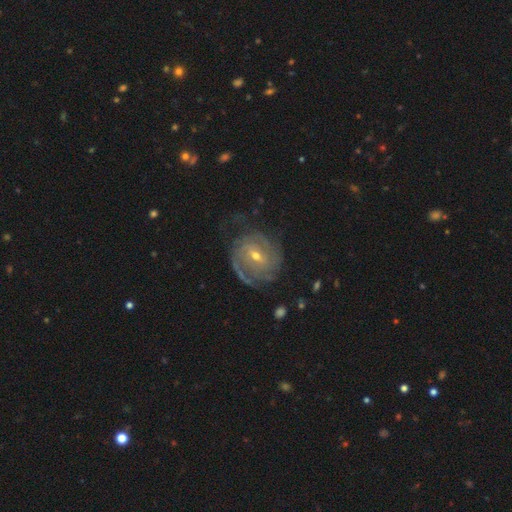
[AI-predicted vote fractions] smooth_or_featured: featured or disk (p=0.86) [alt: smooth p=0.09]
disk_edge_on: no (p=0.97) [alt: yes p=0.03]
bar: weak (p=0.50) [alt: no p=0.25]
has_spiral_arms: yes (p=0.94) [alt: no p=0.06]
spiral_winding: tight (p=0.61) [alt: medium p=0.30]
spiral_arm_count: 2 (p=0.40) [alt: can't tell p=0.28]
bulge_size: small (p=0.53) [alt: moderate p=0.44]
merging: none (p=0.67) [alt: minor disturbance p=0.19]